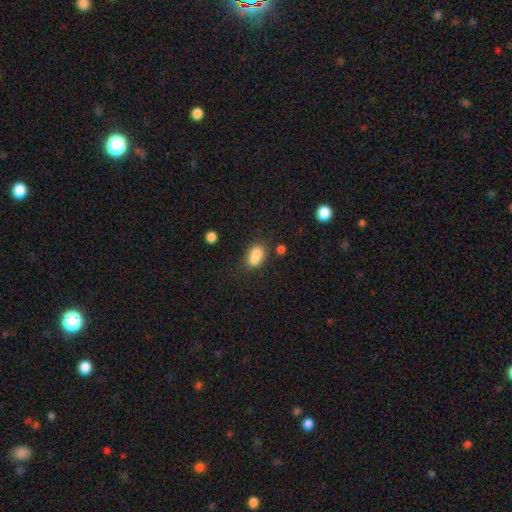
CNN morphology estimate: Smooth or featured? smooth (76%)
How rounded? in between (75%)
Merging? merger (43%)